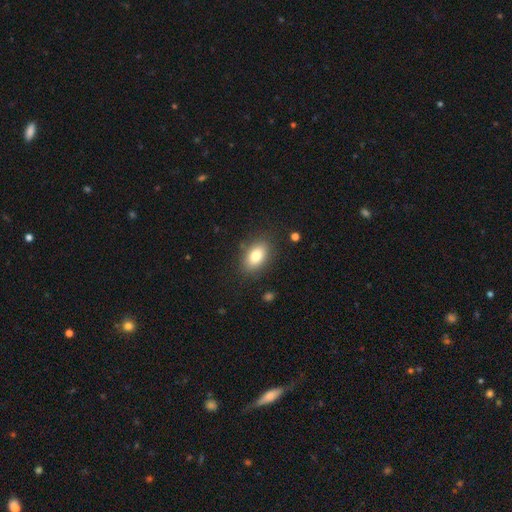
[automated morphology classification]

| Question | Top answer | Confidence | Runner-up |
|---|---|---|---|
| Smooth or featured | smooth | 80% | featured or disk (12%) |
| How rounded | in between | 87% | round (11%) |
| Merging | none | 84% | minor disturbance (11%) |